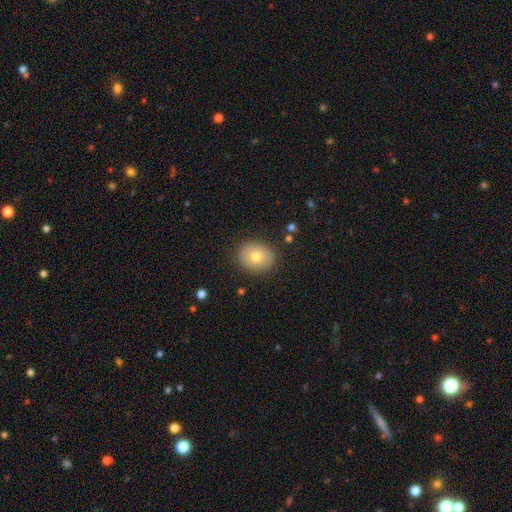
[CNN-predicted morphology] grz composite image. It shows a smooth galaxy with no disk features (74%) that is round (62%). Merging: none (88%).